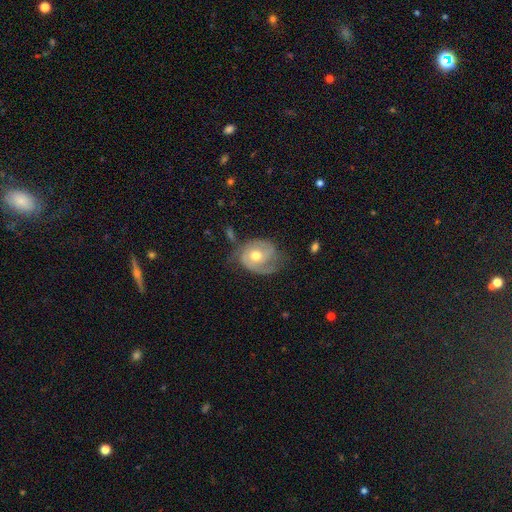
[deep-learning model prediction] Smooth or featured? featured or disk (70%)
Edge-on disk? no (97%)
Bar? no (72%)
Spiral arms? yes (87%)
Spiral winding? tight (43%)
Spiral arm count? 2 (60%)
Bulge size? moderate (72%)
Merging? none (50%)